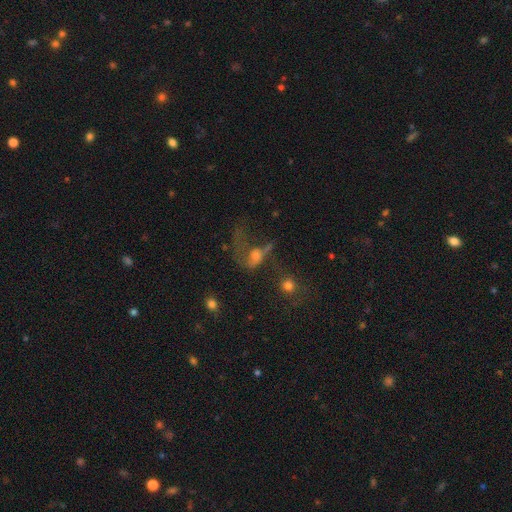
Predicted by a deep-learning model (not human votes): Smooth or featured? featured or disk (41%)
Merging? major disturbance (52%)